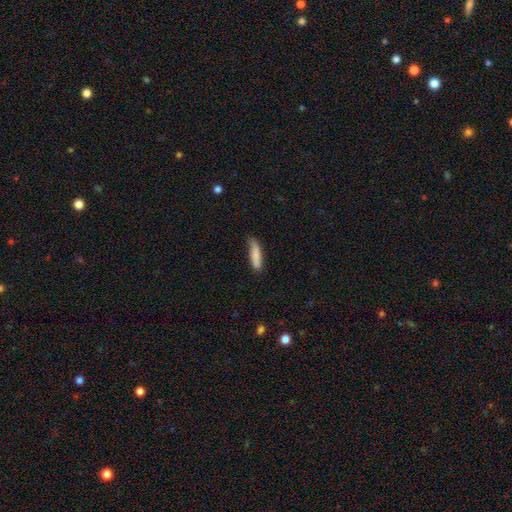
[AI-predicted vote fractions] Overall: smooth (81%). How rounded: cigar-shaped (74%). Merging: none (61%; minor disturbance 30%).